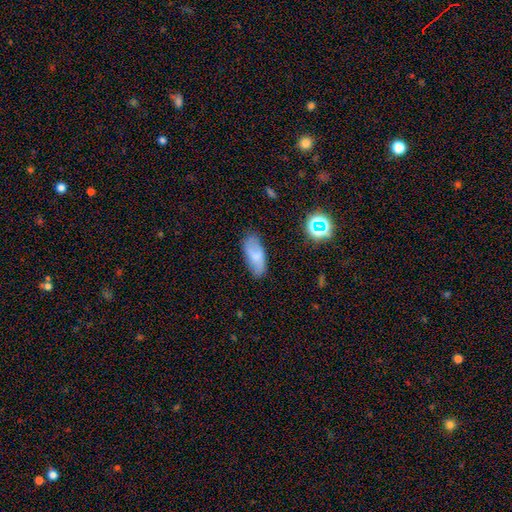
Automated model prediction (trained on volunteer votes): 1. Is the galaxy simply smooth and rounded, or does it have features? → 67% smooth, 23% featured or disk, 10% star or artifact.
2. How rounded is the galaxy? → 86% in between, 11% cigar-shaped, 3% round.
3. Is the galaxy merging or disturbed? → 75% none, 19% minor disturbance, 5% major disturbance, 2% merger.